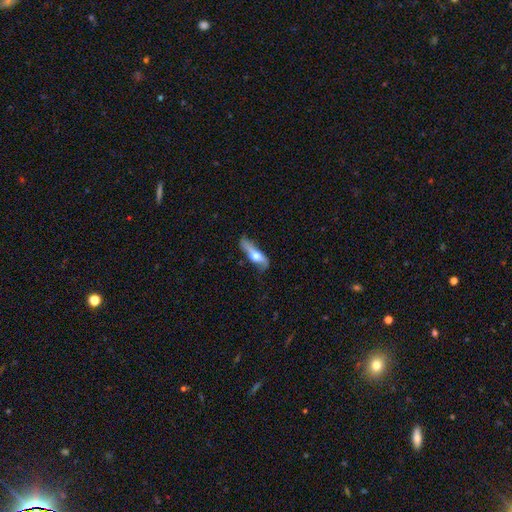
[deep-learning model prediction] Q: Smooth or featured?
A: featured or disk (50%); runner-up: smooth (44%)
Q: Edge-on disk?
A: yes (69%); runner-up: no (31%)
Q: Merging?
A: none (53%); runner-up: minor disturbance (26%)